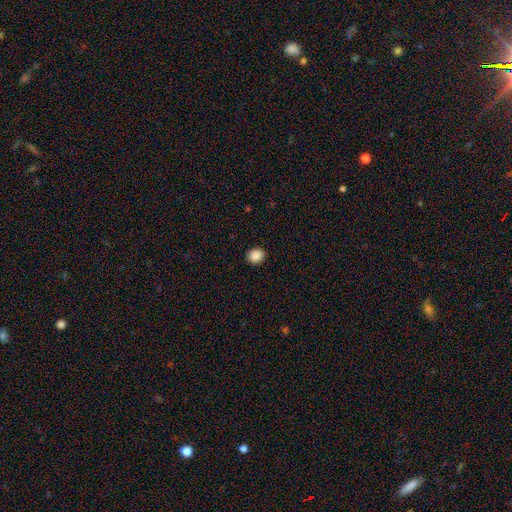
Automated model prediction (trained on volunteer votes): This is clearly a smooth galaxy (89%). How rounded: likely round (66%). Merging: clearly none (90%).